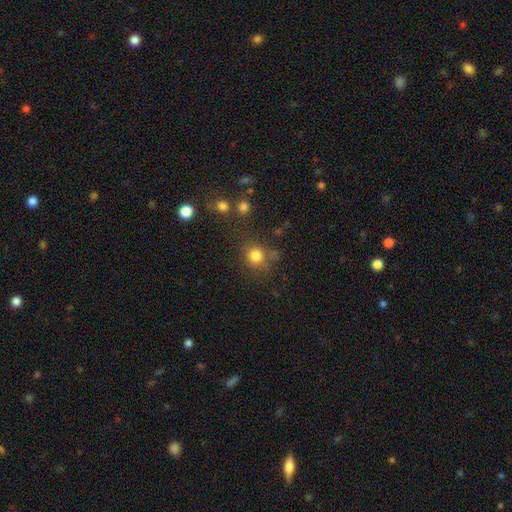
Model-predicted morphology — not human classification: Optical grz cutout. It shows a smooth galaxy with no disk features (80%) that is round (86%). Merging: none (67%).